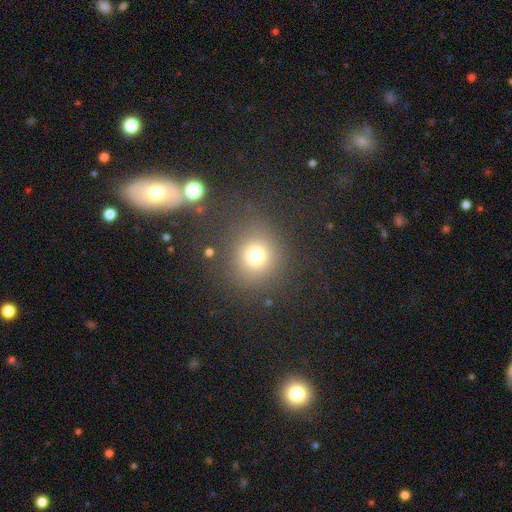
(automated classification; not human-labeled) The model was most divided on "smooth or featured": smooth: 72%, star or artifact: 18%, featured or disk: 9%. More confident: how rounded — round (86%); merging — none (80%).